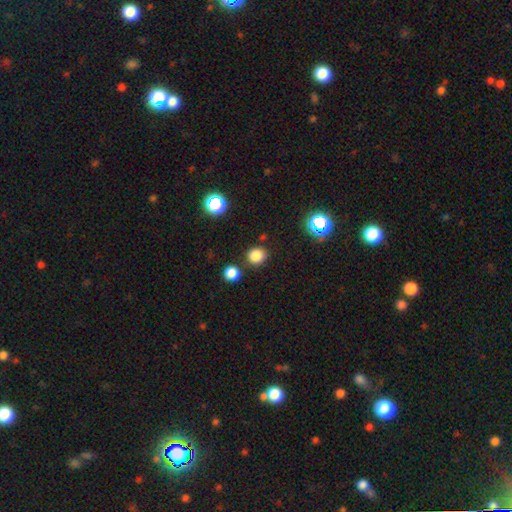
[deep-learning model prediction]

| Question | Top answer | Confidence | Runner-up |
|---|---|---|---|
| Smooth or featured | smooth | 81% | star or artifact (15%) |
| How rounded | round | 83% | in between (16%) |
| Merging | none | 82% | minor disturbance (9%) |